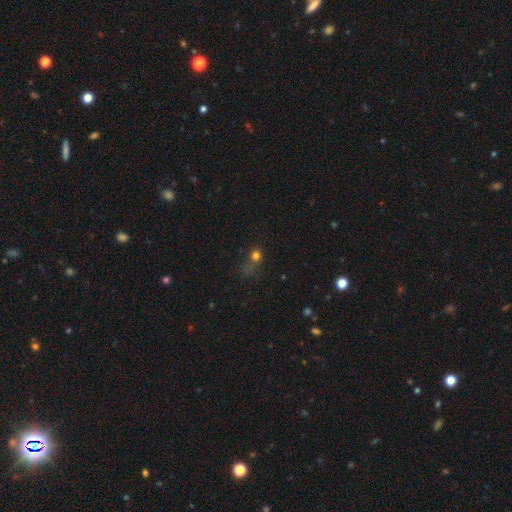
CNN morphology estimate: The model was most divided on "merging": none: 44%, major disturbance: 25%, minor disturbance: 20%, merger: 12%. More confident: how rounded — round (77%); smooth or featured — smooth (66%).